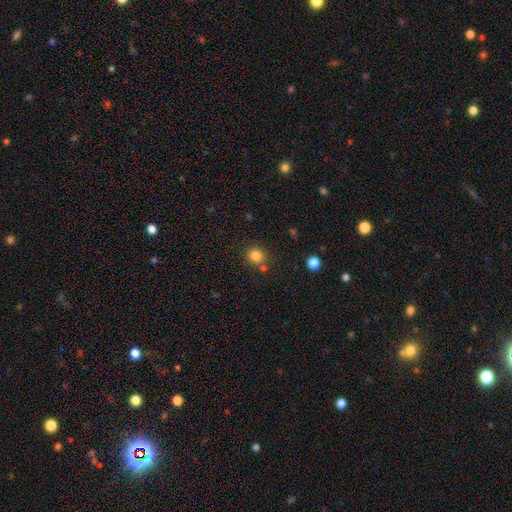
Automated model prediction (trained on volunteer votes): Smooth or featured? smooth (82%)
How rounded? round (91%)
Merging? none (77%)